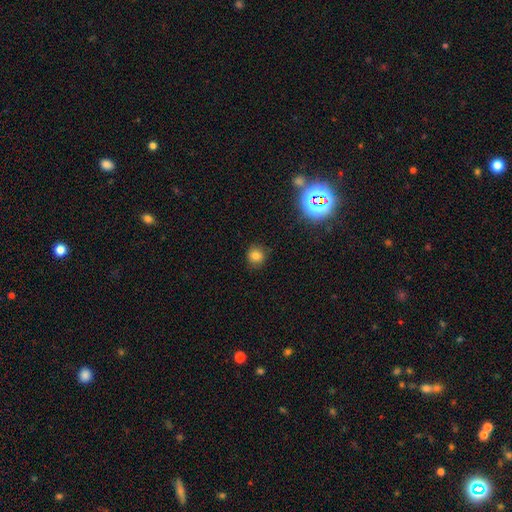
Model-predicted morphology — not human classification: smooth 78%, star or artifact 16%, featured or disk 6%. Down the decision tree: how rounded — round (88%); merging — none (85%).